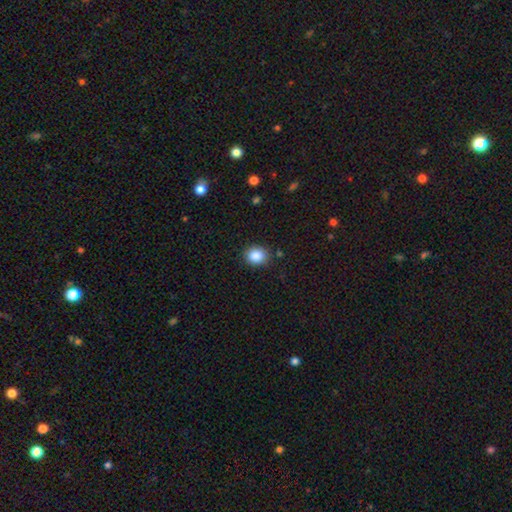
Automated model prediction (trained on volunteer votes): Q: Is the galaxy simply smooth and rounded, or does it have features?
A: smooth — 87%.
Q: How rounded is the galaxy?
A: round — 71%.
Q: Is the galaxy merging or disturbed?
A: none — 87%.